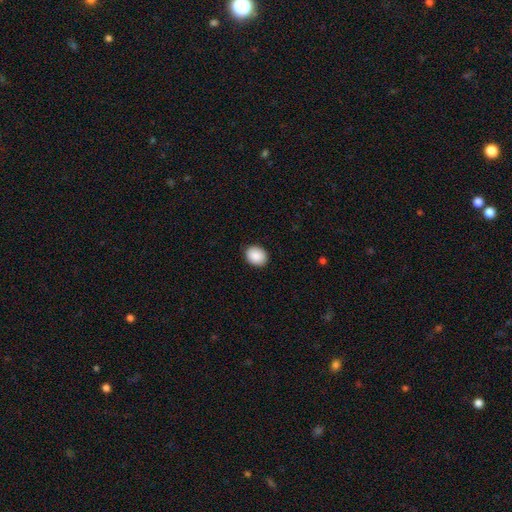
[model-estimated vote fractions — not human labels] This is clearly a smooth galaxy (90%). How rounded: possibly in between (52%). Merging: clearly none (89%).